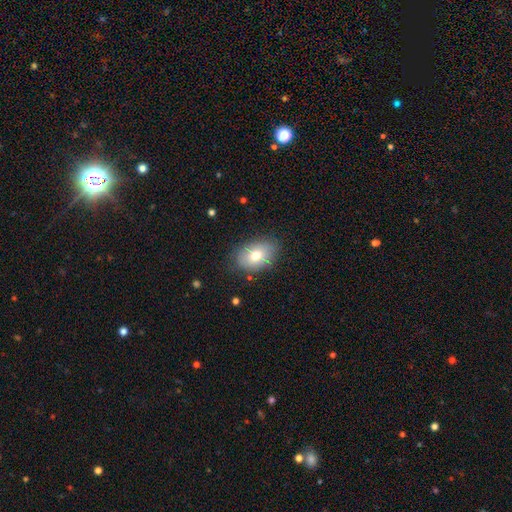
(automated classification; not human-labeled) Q: Smooth or featured?
A: smooth (76%); runner-up: featured or disk (16%)
Q: How rounded?
A: in between (83%); runner-up: round (16%)
Q: Merging?
A: none (80%); runner-up: minor disturbance (15%)